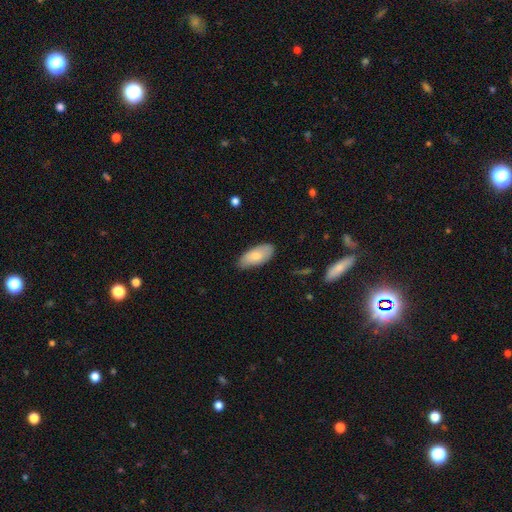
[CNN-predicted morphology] type=smooth (76%); roundness=in between (91%); merging=none (79%).